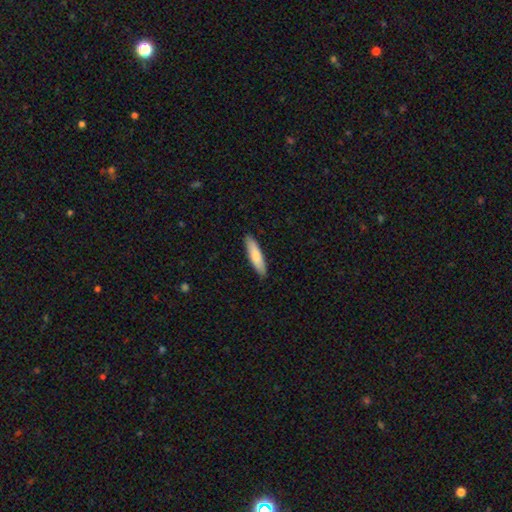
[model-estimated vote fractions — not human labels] Smooth or featured: smooth — 78% (featured or disk — 17%)
How rounded: cigar-shaped — 75% (in between — 24%)
Merging: none — 89% (minor disturbance — 8%)